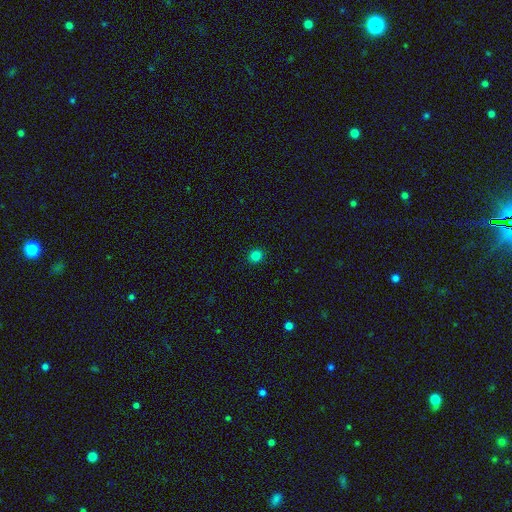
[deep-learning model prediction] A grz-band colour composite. It shows a smooth galaxy with no disk features (82%) that is round (89%). Merging: none (93%).